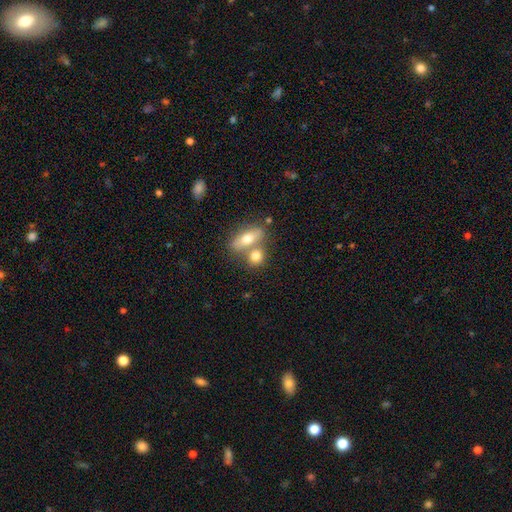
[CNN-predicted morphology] Smooth or featured? smooth (75%)
How rounded? in between (51%)
Merging? merger (45%)